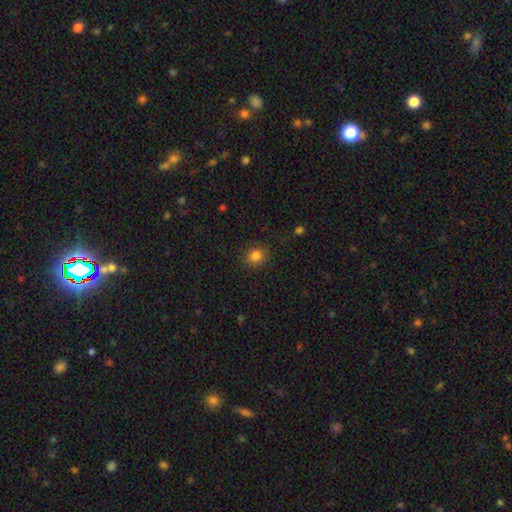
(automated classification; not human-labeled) smooth-or-featured: smooth: 84% | star or artifact: 12% | featured or disk: 5%
  how-rounded: round: 84% | in between: 15% | cigar-shaped: 1%
  merging: none: 87% | minor disturbance: 9% | major disturbance: 3% | merger: 1%